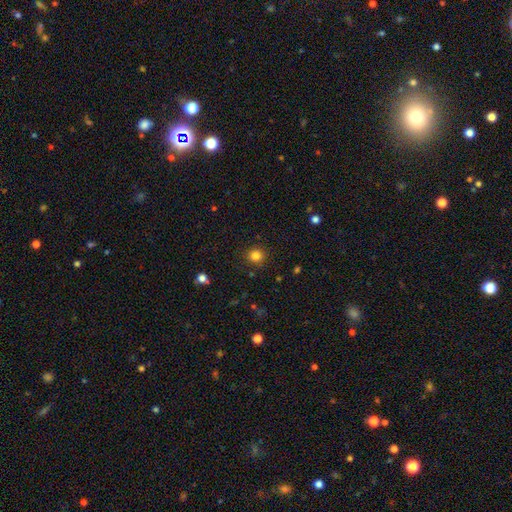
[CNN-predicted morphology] Smooth or featured: smooth — 82% (star or artifact — 13%)
How rounded: round — 90% (in between — 9%)
Merging: none — 89% (minor disturbance — 7%)